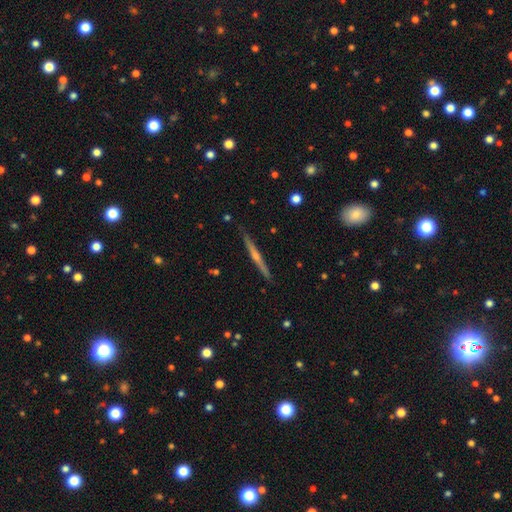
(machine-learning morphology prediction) A featured or disk galaxy (71%) viewed edge-on (97%) with a rounded central bulge (75%).

Vote fractions:
- Smooth or featured? featured or disk: 71% / smooth: 20% / star or artifact: 10%
- Edge-on disk? yes: 97% / no: 3%
- Edge-on bulge? rounded: 75% / none: 17% / boxy: 8%
- Merging? none: 89% / minor disturbance: 8% / major disturbance: 2% / merger: 2%